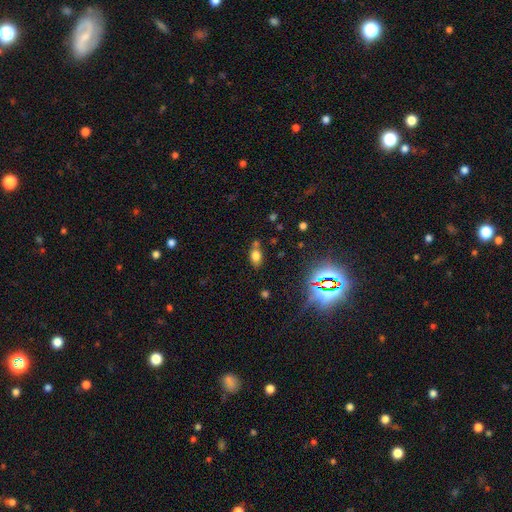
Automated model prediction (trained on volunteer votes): This appears to be a smooth galaxy with no disk features (73%) that is in between round and cigar-shaped (81%). Merging: none (61%).